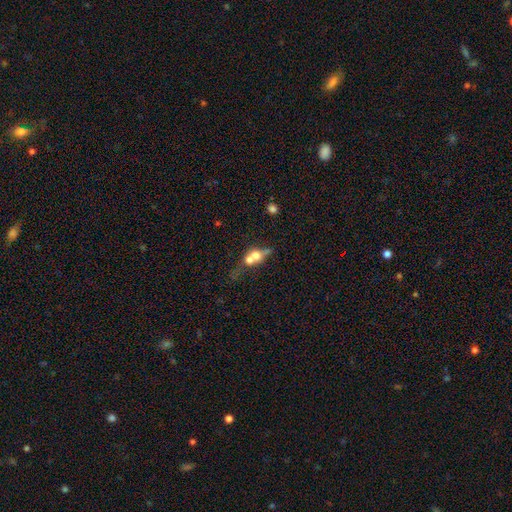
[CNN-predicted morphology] A smooth galaxy with no disk features (56%) that is round (54%). Merging: merger (66%).